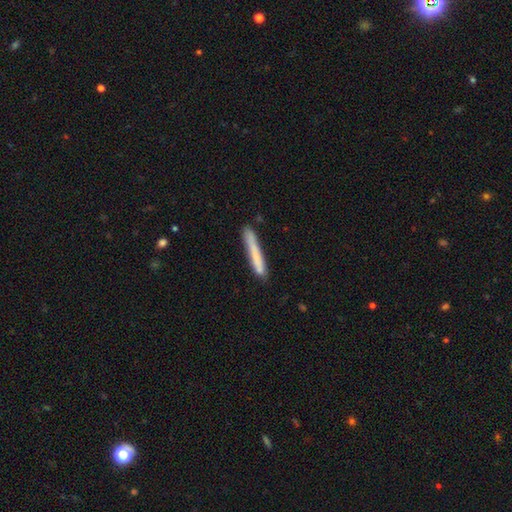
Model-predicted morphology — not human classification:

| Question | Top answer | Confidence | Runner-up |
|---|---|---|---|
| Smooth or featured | smooth | 73% | featured or disk (21%) |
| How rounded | cigar-shaped | 96% | in between (2%) |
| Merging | none | 82% | minor disturbance (13%) |